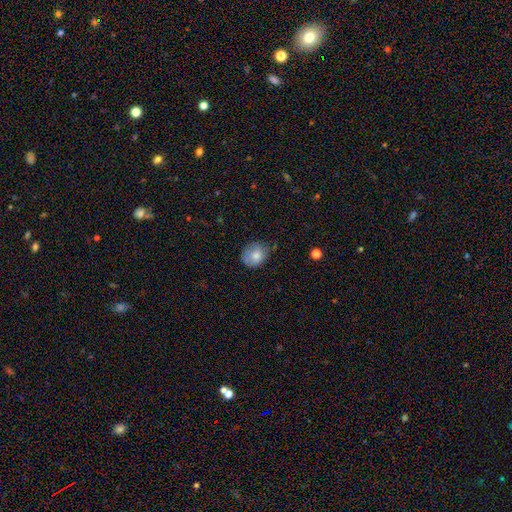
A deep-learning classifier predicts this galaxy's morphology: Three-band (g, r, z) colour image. It shows a smooth galaxy with no disk features (79%) that is round (64%). Merging: none (64%).